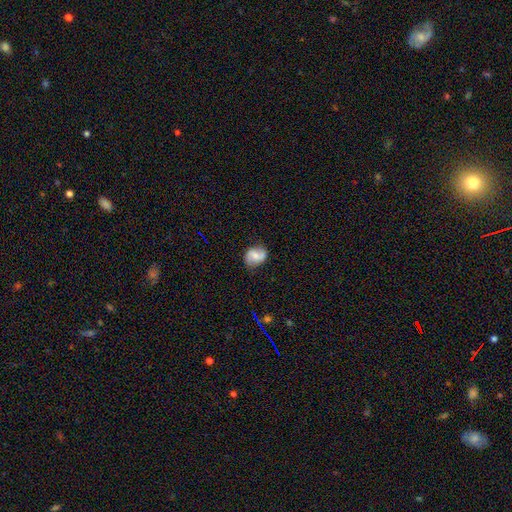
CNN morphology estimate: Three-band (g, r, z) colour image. It shows a featured or disk galaxy (51%). Merging: none (73%).